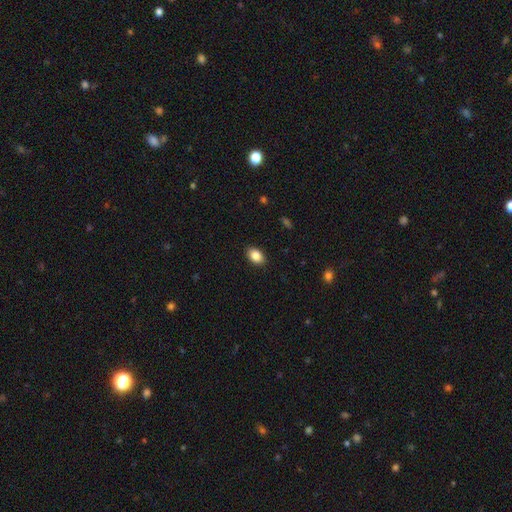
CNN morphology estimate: A smooth galaxy with no disk features (86%) that is in between round and cigar-shaped (83%). Merging: none (90%).